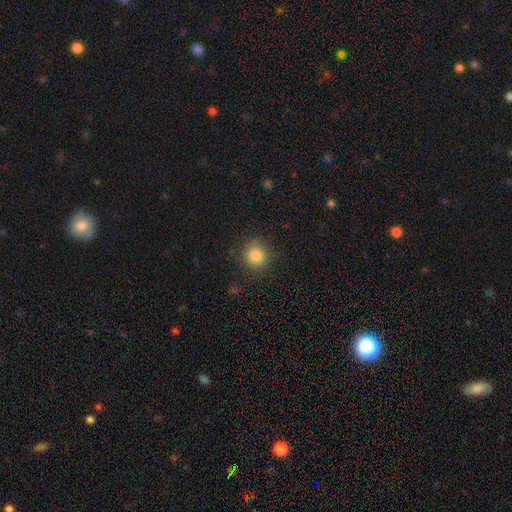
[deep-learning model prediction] Smooth or featured?
  - smooth: 84% *
  - star or artifact: 11%
  - featured or disk: 5%
How rounded?
  - round: 90% *
  - in between: 9%
  - cigar-shaped: 1%
Merging?
  - none: 86% *
  - minor disturbance: 9%
  - major disturbance: 3%
  - merger: 1%